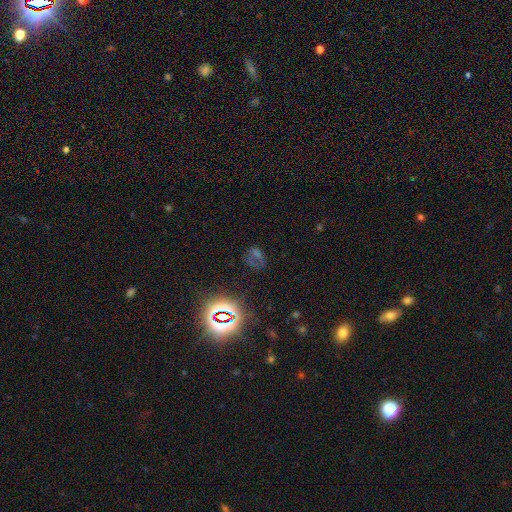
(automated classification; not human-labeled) This is possibly a star or artifact rather than a galaxy (49%).